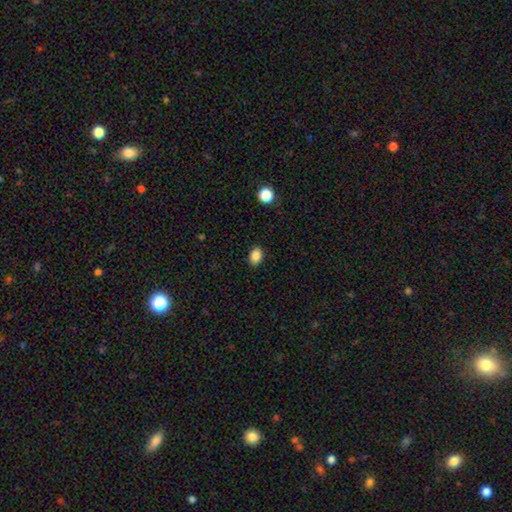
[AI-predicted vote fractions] smooth_or_featured: smooth (p=0.87) [alt: star or artifact p=0.10]
how_rounded: in between (p=0.74) [alt: round p=0.25]
merging: none (p=0.89) [alt: minor disturbance p=0.08]